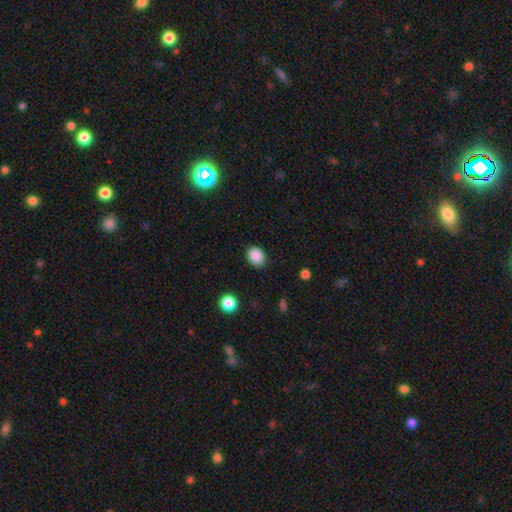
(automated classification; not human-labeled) Smooth or featured? smooth (88%)
How rounded? in between (54%)
Merging? none (86%)